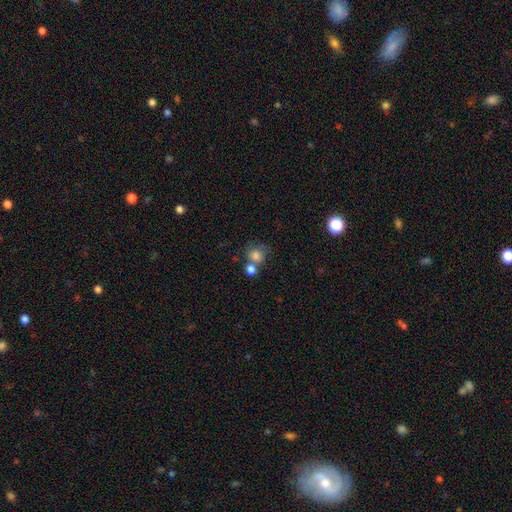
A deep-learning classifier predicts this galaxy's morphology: A smooth galaxy with no disk features (79%) that is round (81%). Merging: none (45%).